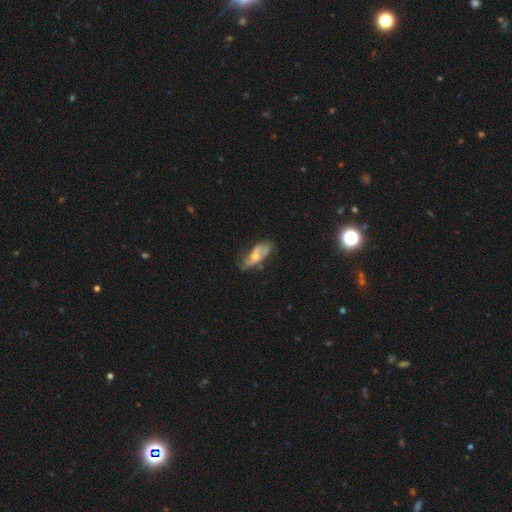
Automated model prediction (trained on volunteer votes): smooth_or_featured: featured or disk (p=0.56) [alt: smooth p=0.37]
disk_edge_on: no (p=0.86) [alt: yes p=0.14]
merging: none (p=0.51) [alt: minor disturbance p=0.30]